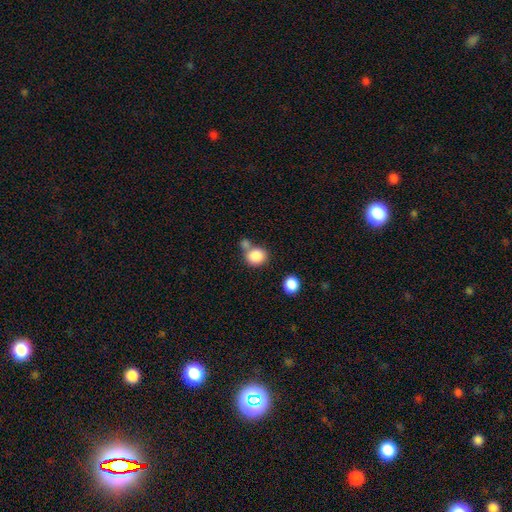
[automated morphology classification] smooth-or-featured: smooth: 85% | star or artifact: 9% | featured or disk: 6%
  how-rounded: round: 70% | in between: 29% | cigar-shaped: 1%
  merging: none: 49% | merger: 35% | minor disturbance: 11% | major disturbance: 5%